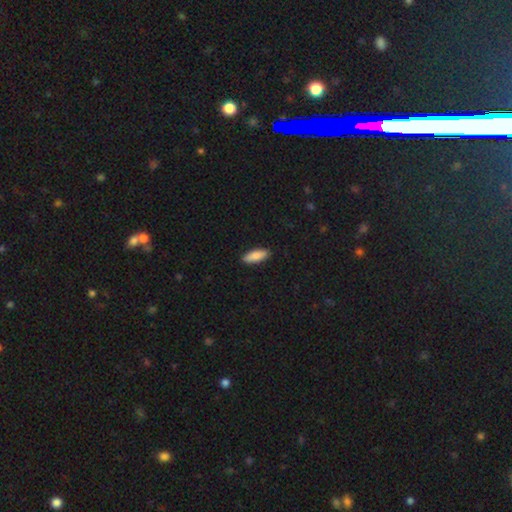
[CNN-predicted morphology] Q: Smooth or featured?
A: smooth (85%); runner-up: featured or disk (9%)
Q: How rounded?
A: in between (63%); runner-up: cigar-shaped (36%)
Q: Merging?
A: none (90%); runner-up: minor disturbance (8%)